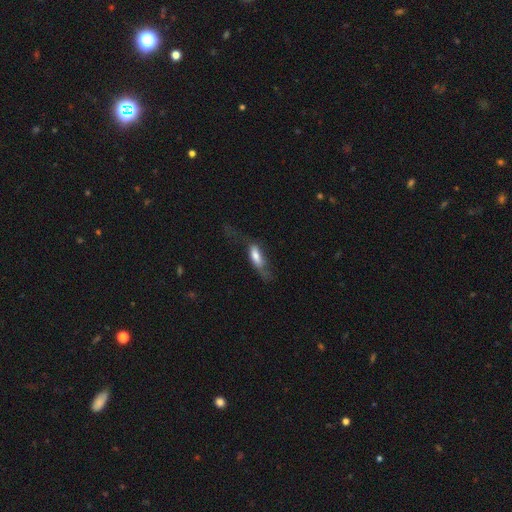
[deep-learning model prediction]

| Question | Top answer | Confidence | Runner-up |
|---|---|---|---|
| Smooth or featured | smooth | 61% | featured or disk (31%) |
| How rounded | in between | 63% | cigar-shaped (33%) |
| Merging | major disturbance | 43% | none (30%) |